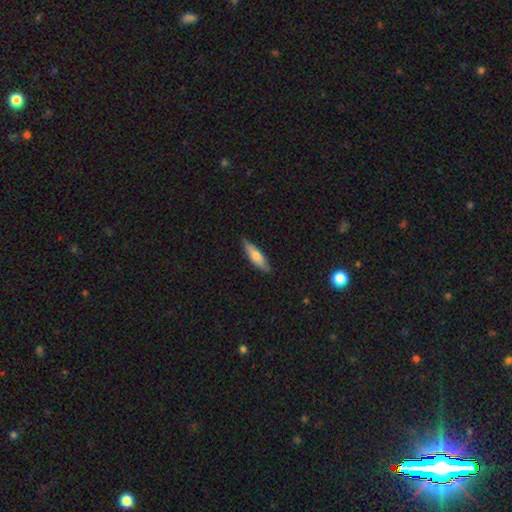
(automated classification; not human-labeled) A smooth galaxy with no disk features (63%) that is cigar-shaped (59%). Merging: none (84%).